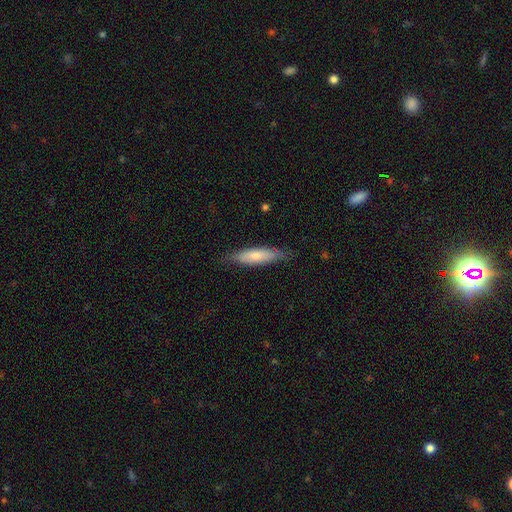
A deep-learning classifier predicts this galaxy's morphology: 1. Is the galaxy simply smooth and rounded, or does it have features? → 70% smooth, 24% featured or disk, 6% star or artifact.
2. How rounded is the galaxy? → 59% cigar-shaped, 39% in between, 2% round.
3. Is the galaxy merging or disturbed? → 78% none, 17% minor disturbance, 3% major disturbance, 1% merger.